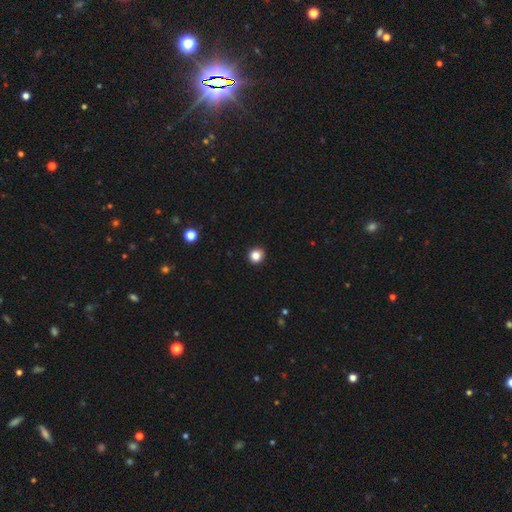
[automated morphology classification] The model was most divided on "smooth or featured": smooth: 84%, star or artifact: 12%, featured or disk: 4%. More confident: merging — none (93%); how rounded — round (92%).